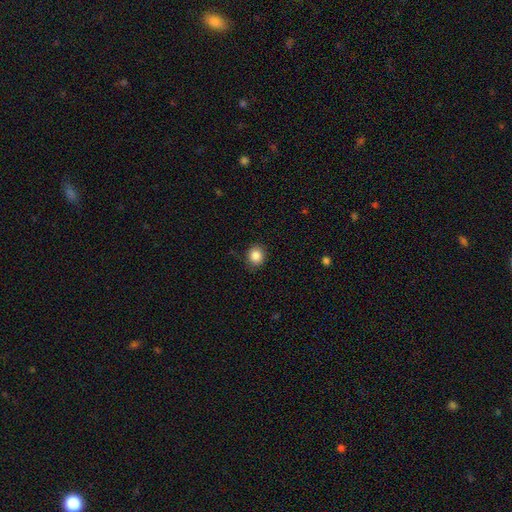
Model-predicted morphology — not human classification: Smooth or featured? Predicted: smooth (p=0.86). How rounded? Predicted: round (p=0.78). Merging? Predicted: none (p=0.87).